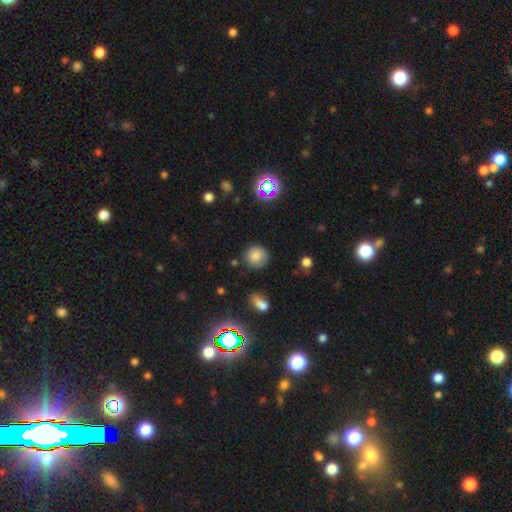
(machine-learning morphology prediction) Smooth or featured: smooth — 79% (star or artifact — 14%)
How rounded: round — 87% (in between — 12%)
Merging: none — 78% (minor disturbance — 15%)